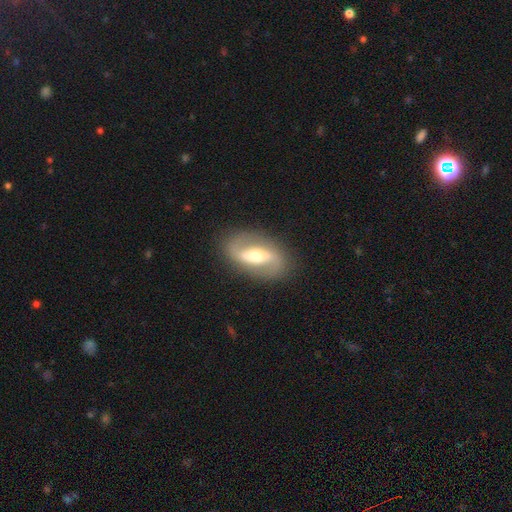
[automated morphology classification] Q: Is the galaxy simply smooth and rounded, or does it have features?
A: featured or disk — 78%.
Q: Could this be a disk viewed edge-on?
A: no — 94%.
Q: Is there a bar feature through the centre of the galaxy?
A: strong — 46%.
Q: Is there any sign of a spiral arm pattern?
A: yes — 85%.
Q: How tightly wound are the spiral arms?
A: loose — 46%.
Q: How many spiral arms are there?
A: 2 — 91%.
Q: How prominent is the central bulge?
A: moderate — 63%.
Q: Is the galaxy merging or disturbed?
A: none — 85%.